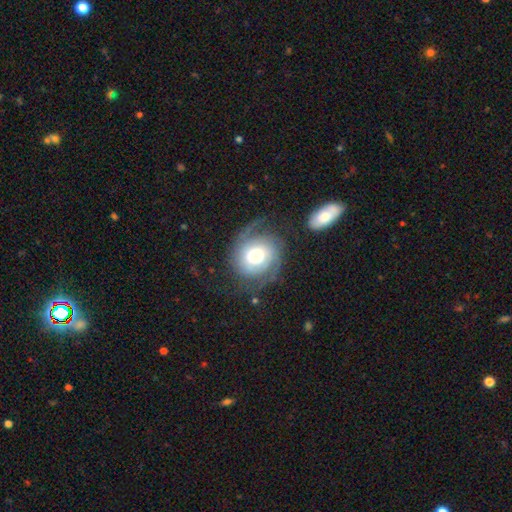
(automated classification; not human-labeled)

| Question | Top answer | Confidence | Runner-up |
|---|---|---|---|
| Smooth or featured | featured or disk | 75% | smooth (18%) |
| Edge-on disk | no | 97% | yes (3%) |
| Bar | no | 71% | weak (23%) |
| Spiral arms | yes | 93% | no (7%) |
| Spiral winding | tight | 43% | medium (36%) |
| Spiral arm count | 2 | 68% | can't tell (13%) |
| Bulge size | moderate | 45% | large (30%) |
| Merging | none | 61% | minor disturbance (18%) |